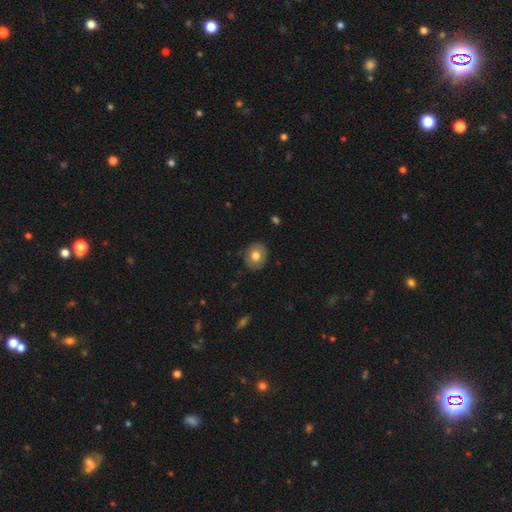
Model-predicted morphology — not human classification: Smooth or featured: smooth — 75% (featured or disk — 18%)
How rounded: round — 66% (in between — 33%)
Merging: none — 87% (minor disturbance — 10%)